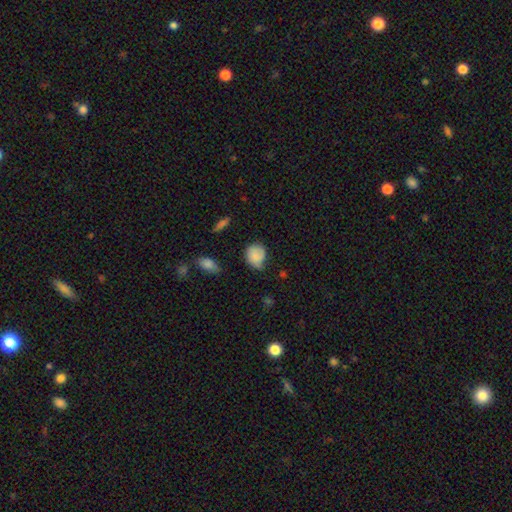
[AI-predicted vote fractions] Overall: smooth (74%). How rounded: round (65%; in between 34%). Merging: none (49%; minor disturbance 38%).